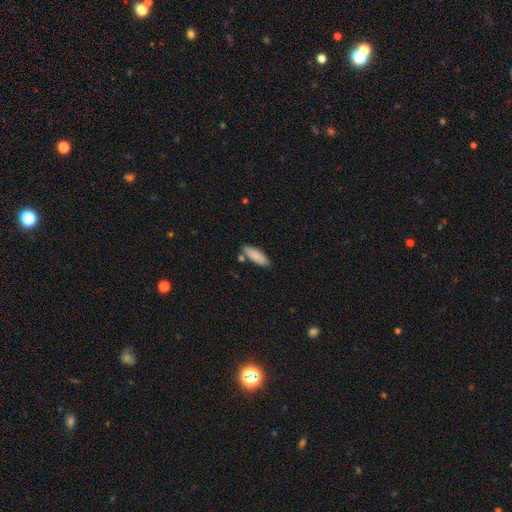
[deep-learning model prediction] Morphology: type=smooth (87%); roundness=in between (61%); merging=none (76%).